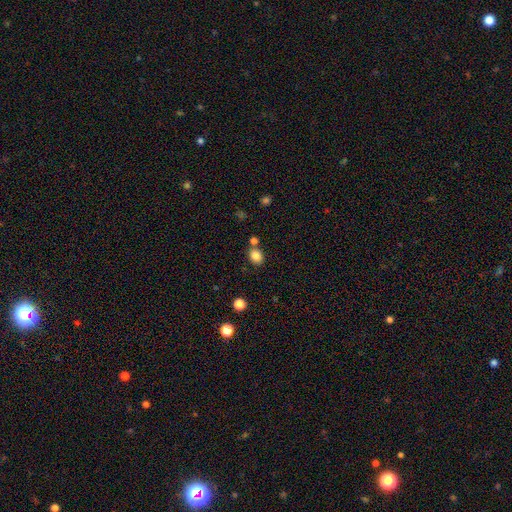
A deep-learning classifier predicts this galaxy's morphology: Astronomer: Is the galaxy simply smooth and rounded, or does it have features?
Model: smooth — 84%.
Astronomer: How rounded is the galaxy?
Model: round — 50% (runner-up: in between, 49%).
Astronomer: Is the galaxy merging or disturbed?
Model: none — 71%.